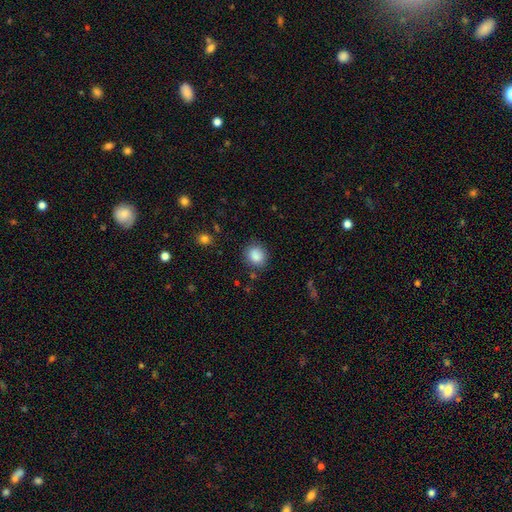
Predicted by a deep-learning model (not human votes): Smooth or featured? smooth (87%)
How rounded? round (72%)
Merging? none (82%)